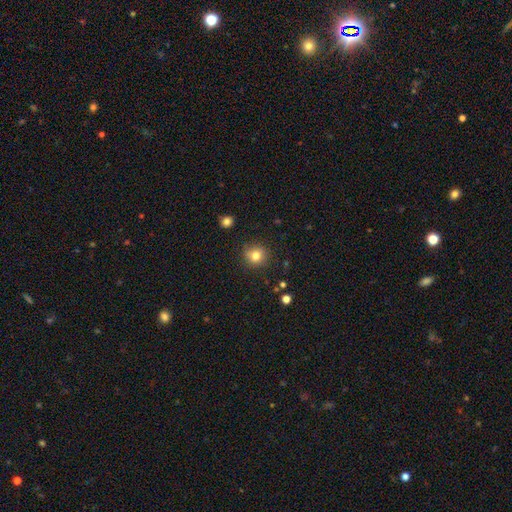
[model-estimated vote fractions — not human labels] This is likely a smooth galaxy (80%). How rounded: clearly round (89%). Merging: clearly none (87%).